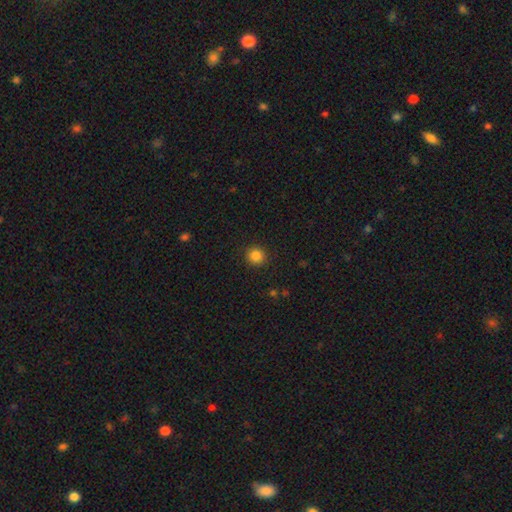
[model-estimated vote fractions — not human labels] A smooth galaxy with no disk features (85%) that is round (93%). Merging: none (91%).